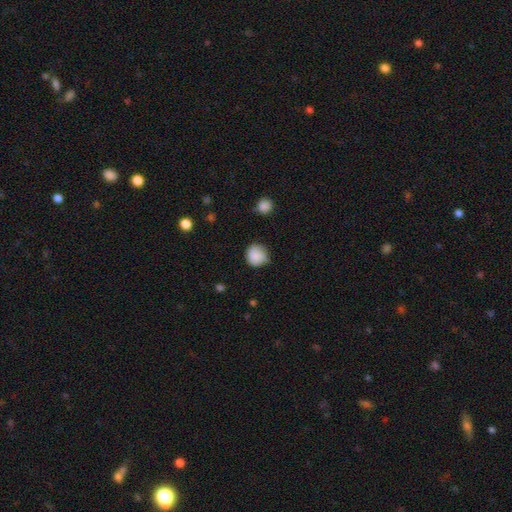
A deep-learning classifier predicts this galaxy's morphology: Q: Smooth or featured?
A: smooth (85%); runner-up: star or artifact (8%)
Q: How rounded?
A: round (86%); runner-up: in between (13%)
Q: Merging?
A: none (64%); runner-up: minor disturbance (28%)